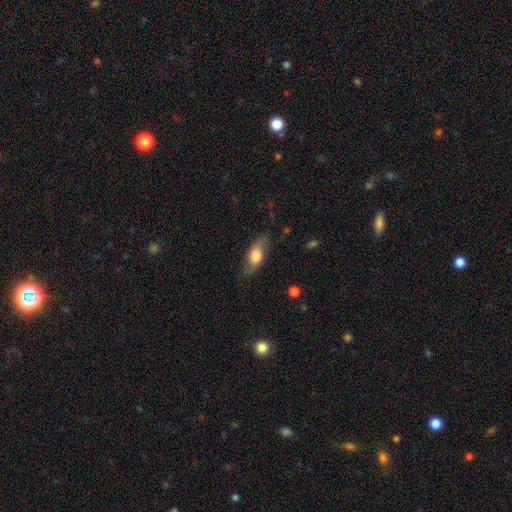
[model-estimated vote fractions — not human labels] smooth-or-featured: smooth: 57% | featured or disk: 36% | star or artifact: 7%
  how-rounded: in between: 76% | cigar-shaped: 18% | round: 6%
  merging: none: 72% | minor disturbance: 20% | major disturbance: 7% | merger: 1%